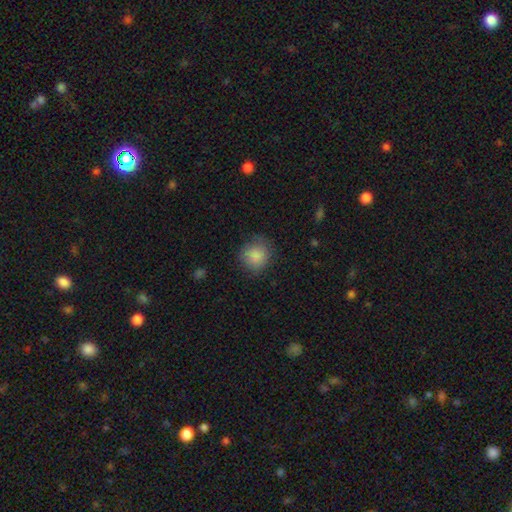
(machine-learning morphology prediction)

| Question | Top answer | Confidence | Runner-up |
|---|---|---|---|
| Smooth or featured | smooth | 86% | star or artifact (8%) |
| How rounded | round | 88% | in between (11%) |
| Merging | none | 77% | minor disturbance (17%) |